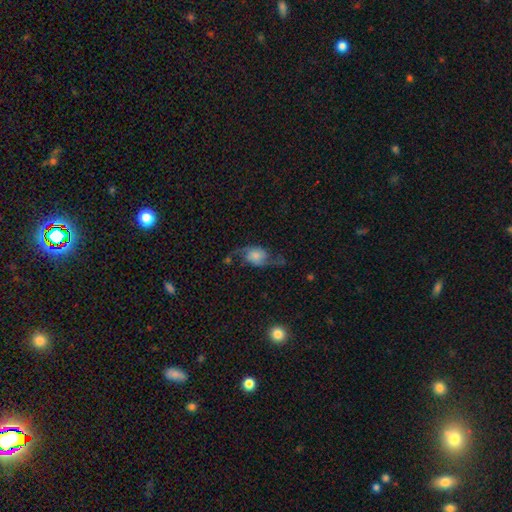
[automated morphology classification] Smooth or featured: featured or disk — 73% (smooth — 19%)
Edge-on disk: no — 95% (yes — 5%)
Bar: no — 67% (weak — 27%)
Spiral arms: yes — 94% (no — 6%)
Spiral winding: loose — 76% (medium — 19%)
Spiral arm count: 2 — 93% (can't tell — 2%)
Bulge size: small — 26% (moderate — 25%)
Merging: none — 62% (minor disturbance — 19%)